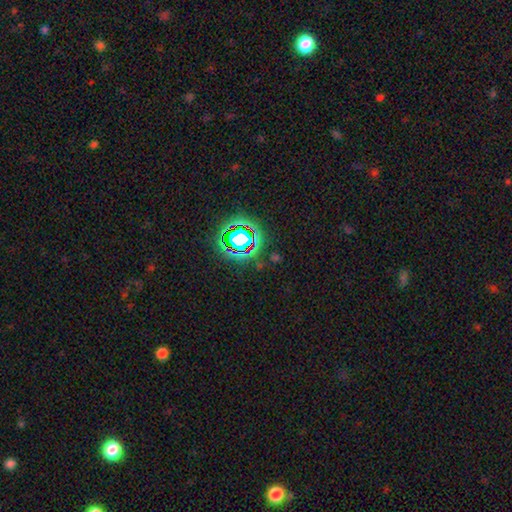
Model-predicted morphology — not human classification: Overall: star or artifact (76%).